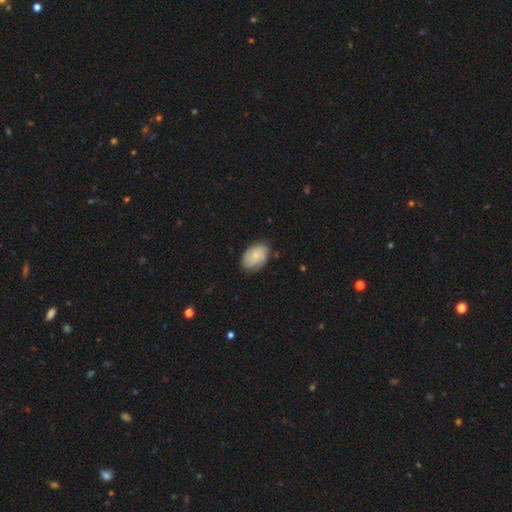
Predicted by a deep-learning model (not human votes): The model was most divided on "smooth or featured": smooth: 59%, featured or disk: 33%, star or artifact: 7%. More confident: how rounded — in between (83%); merging — none (75%).